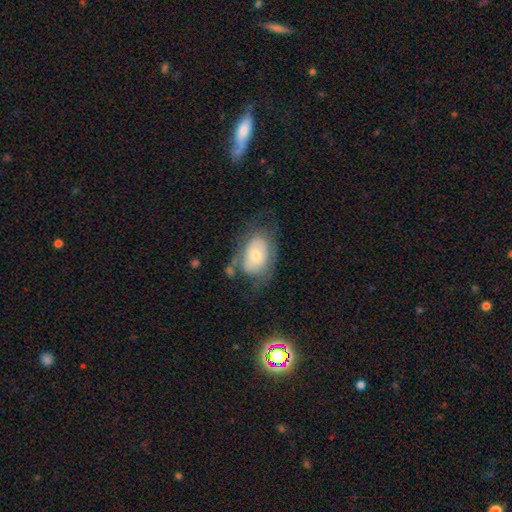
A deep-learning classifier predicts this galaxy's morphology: smooth-or-featured: smooth: 52% | featured or disk: 40% | star or artifact: 8%
  how-rounded: in between: 84% | round: 15% | cigar-shaped: 1%
  merging: none: 46% | minor disturbance: 27% | major disturbance: 20% | merger: 7%